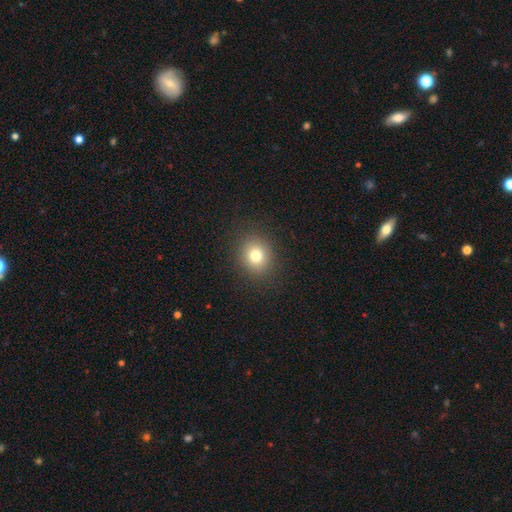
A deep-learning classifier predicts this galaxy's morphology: smooth 78%, star or artifact 13%, featured or disk 9%. Down the decision tree: how rounded — round (73%); merging — none (89%).